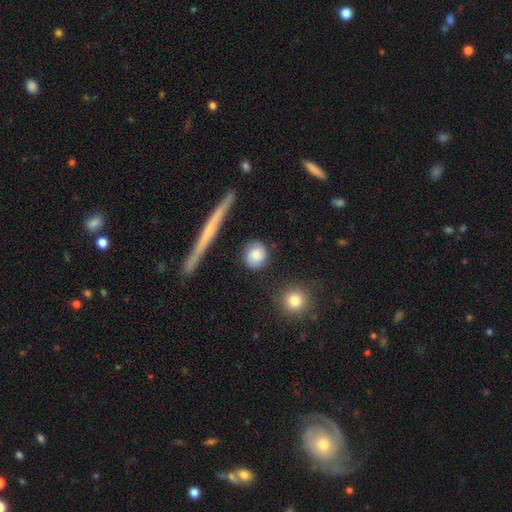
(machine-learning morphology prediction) Smooth or featured?
  - smooth: 80% *
  - featured or disk: 13%
  - star or artifact: 7%
How rounded?
  - round: 87% *
  - in between: 10%
  - cigar-shaped: 3%
Merging?
  - none: 82% *
  - minor disturbance: 11%
  - major disturbance: 3%
  - merger: 3%